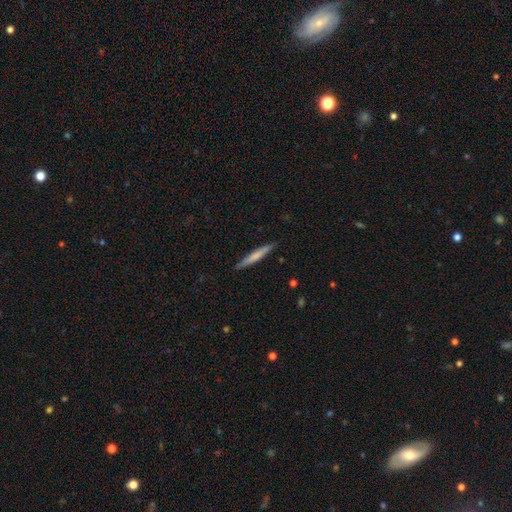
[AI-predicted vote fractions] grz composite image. It shows a smooth galaxy with no disk features (64%) that is cigar-shaped (95%). Merging: none (89%).